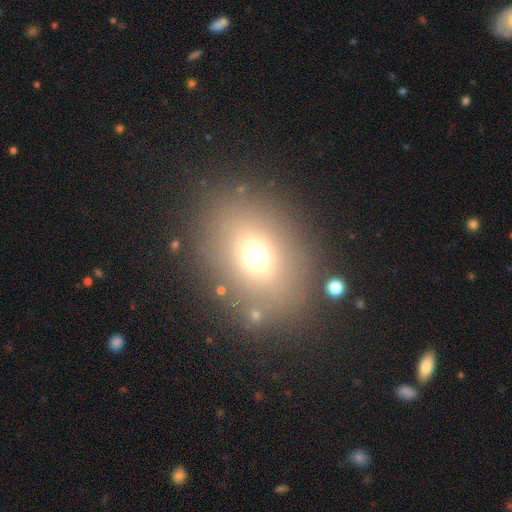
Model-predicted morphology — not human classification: A smooth galaxy with no disk features (69%) that is in between round and cigar-shaped (57%).

Vote fractions:
- Smooth or featured? smooth: 69% / star or artifact: 19% / featured or disk: 12%
- How rounded? in between: 57% / round: 42% / cigar-shaped: 1%
- Merging? none: 80% / minor disturbance: 10% / major disturbance: 6% / merger: 4%